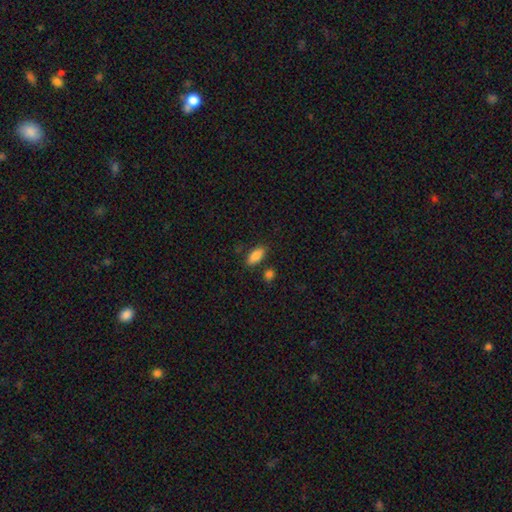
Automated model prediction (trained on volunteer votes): The model was most divided on "merging": none: 80%, minor disturbance: 12%, merger: 5%, major disturbance: 3%. More confident: smooth or featured — smooth (87%); how rounded — in between (85%).